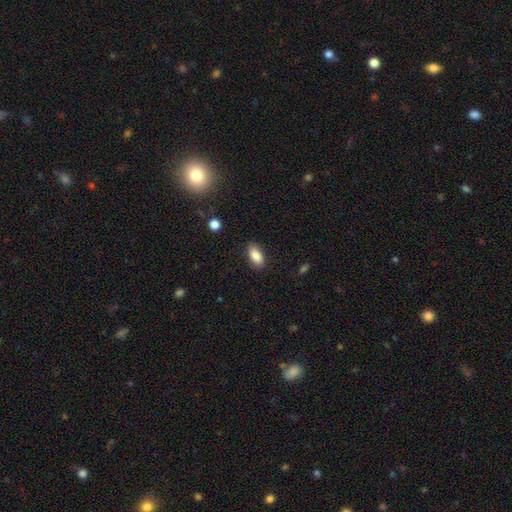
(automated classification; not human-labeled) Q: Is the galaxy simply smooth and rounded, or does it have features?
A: smooth — 86%.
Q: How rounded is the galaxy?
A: in between — 90%.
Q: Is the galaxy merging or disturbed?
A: none — 86%.